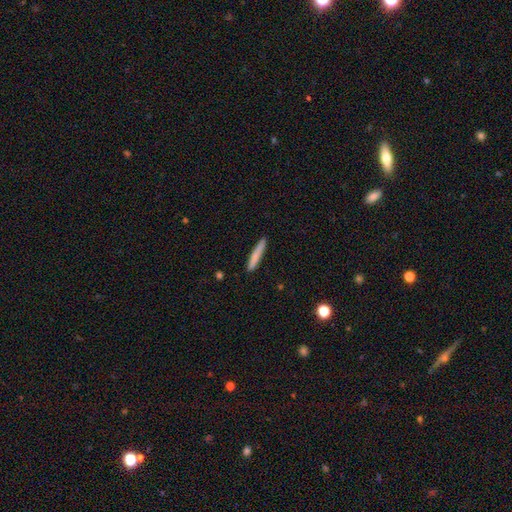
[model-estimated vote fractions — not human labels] smooth-or-featured: smooth: 79% | featured or disk: 15% | star or artifact: 6%
  how-rounded: cigar-shaped: 95% | in between: 4% | round: 1%
  merging: none: 90% | minor disturbance: 8% | major disturbance: 1% | merger: 1%